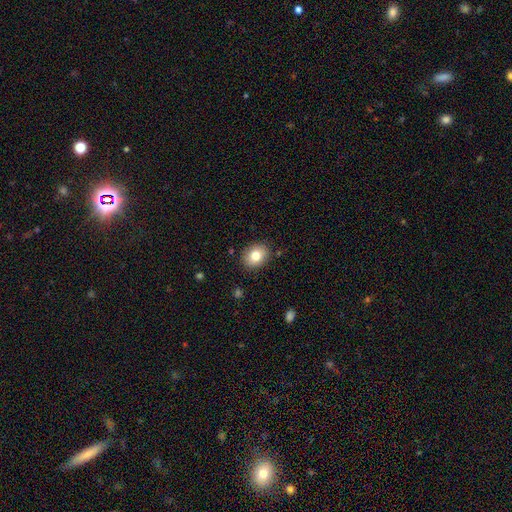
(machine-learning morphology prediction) This appears to be a smooth galaxy with no disk features (80%) that is in between round and cigar-shaped (51%). Merging: none (88%).